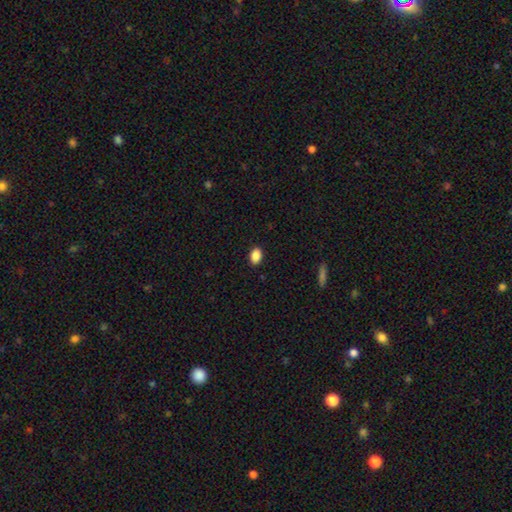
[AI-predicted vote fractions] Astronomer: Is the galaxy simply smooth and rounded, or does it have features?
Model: smooth — 88%.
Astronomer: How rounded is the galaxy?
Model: in between — 84%.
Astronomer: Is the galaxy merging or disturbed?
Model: none — 89%.